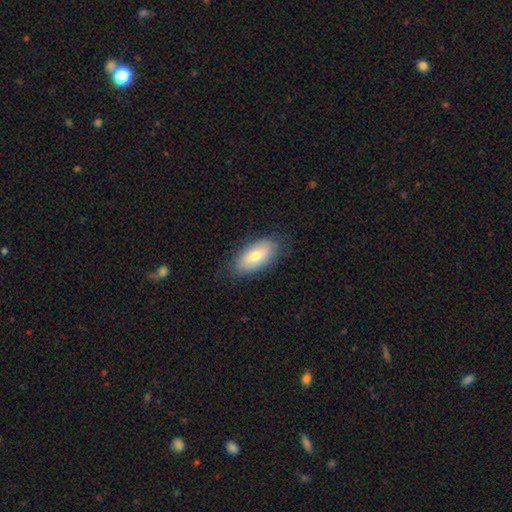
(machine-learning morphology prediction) smooth-or-featured: smooth: 73% | featured or disk: 21% | star or artifact: 6%
  how-rounded: in between: 92% | cigar-shaped: 5% | round: 3%
  merging: none: 82% | minor disturbance: 14% | major disturbance: 3% | merger: 1%